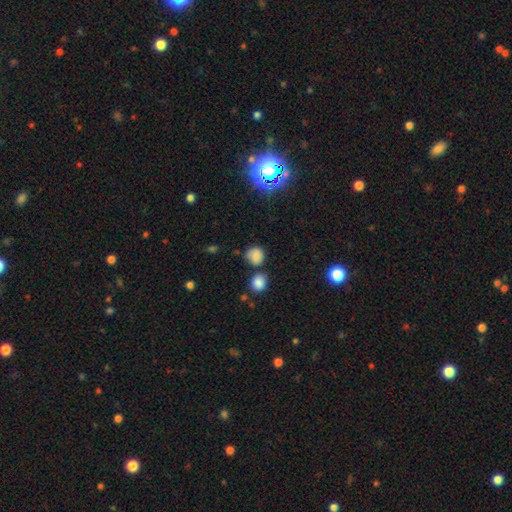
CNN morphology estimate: Smooth or featured: smooth — 75% (star or artifact — 15%)
How rounded: round — 83% (in between — 16%)
Merging: none — 66% (minor disturbance — 17%)